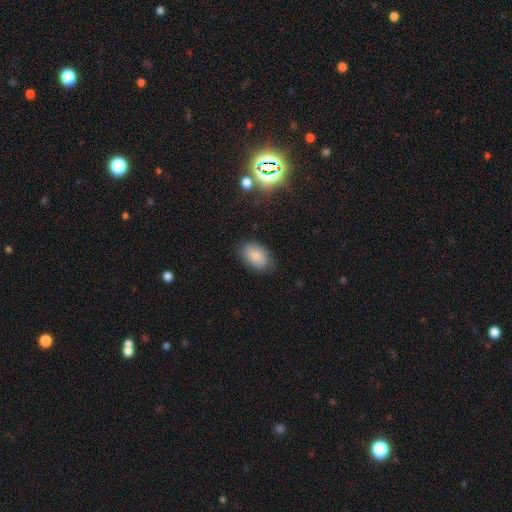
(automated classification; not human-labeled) Q: Smooth or featured?
A: smooth (83%); runner-up: featured or disk (8%)
Q: How rounded?
A: in between (90%); runner-up: round (9%)
Q: Merging?
A: none (78%); runner-up: minor disturbance (17%)